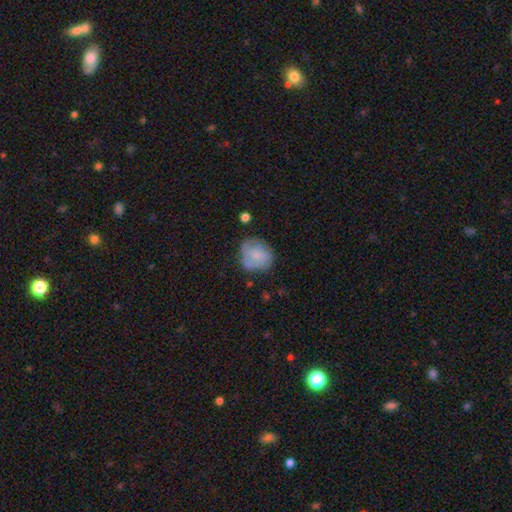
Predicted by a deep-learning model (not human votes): A smooth galaxy with no disk features (60%) that is round (74%).

Vote fractions:
- Smooth or featured? smooth: 60% / featured or disk: 32% / star or artifact: 8%
- How rounded? round: 74% / in between: 25% / cigar-shaped: 1%
- Merging? none: 60% / minor disturbance: 26% / major disturbance: 11% / merger: 4%